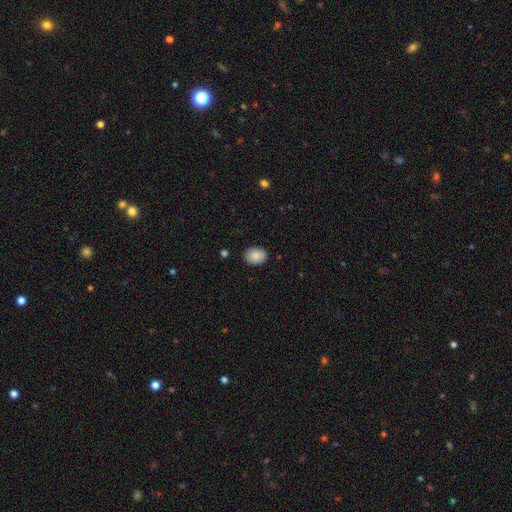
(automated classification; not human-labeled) This is clearly a smooth galaxy (88%). How rounded: likely in between (68%). Merging: clearly none (88%).